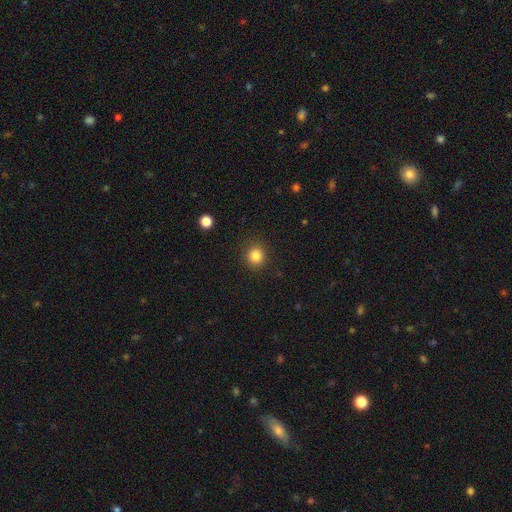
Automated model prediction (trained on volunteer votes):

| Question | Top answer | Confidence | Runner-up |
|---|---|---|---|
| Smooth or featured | smooth | 84% | star or artifact (12%) |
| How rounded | round | 89% | in between (10%) |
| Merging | none | 90% | minor disturbance (6%) |